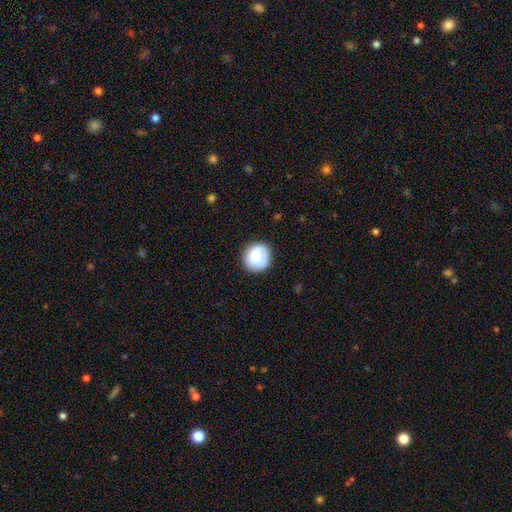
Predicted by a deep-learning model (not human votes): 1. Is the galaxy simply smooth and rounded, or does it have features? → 76% smooth, 17% featured or disk, 7% star or artifact.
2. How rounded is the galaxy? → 90% round, 9% in between, 1% cigar-shaped.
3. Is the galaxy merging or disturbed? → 84% none, 11% minor disturbance, 3% major disturbance, 1% merger.